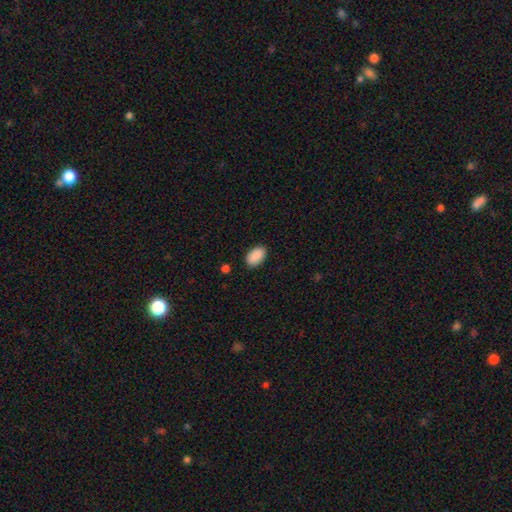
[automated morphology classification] Smooth or featured? Predicted: smooth (p=0.91). How rounded? Predicted: in between (p=0.94). Merging? Predicted: none (p=0.88).